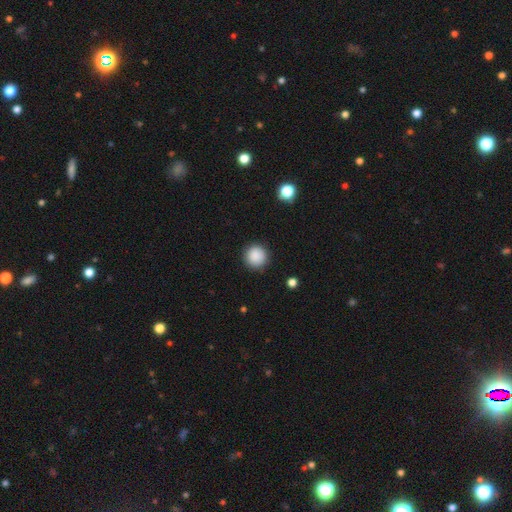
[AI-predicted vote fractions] A smooth galaxy with no disk features (88%) that is round (95%). Merging: none (91%).